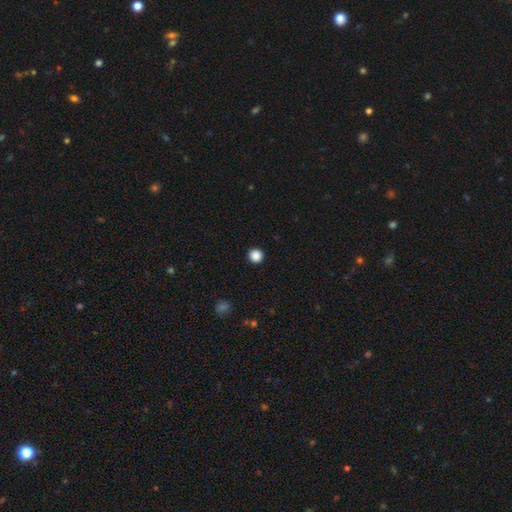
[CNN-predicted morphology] A smooth galaxy with no disk features (87%) that is round (95%).

Vote fractions:
- Smooth or featured? smooth: 87% / star or artifact: 11% / featured or disk: 2%
- How rounded? round: 95% / in between: 4% / cigar-shaped: 1%
- Merging? none: 93% / minor disturbance: 4% / major disturbance: 2% / merger: 1%